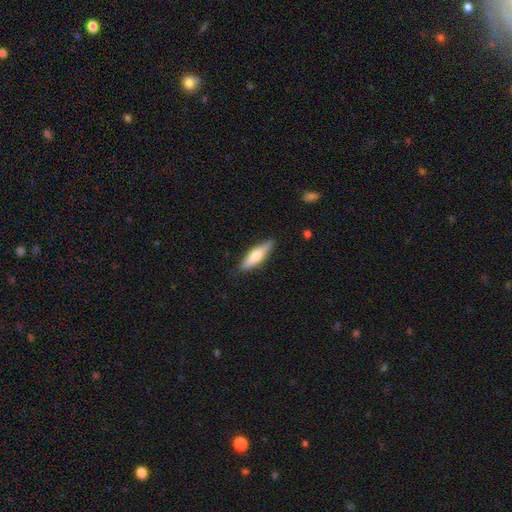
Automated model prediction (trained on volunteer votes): Q: Smooth or featured?
A: smooth (62%); runner-up: featured or disk (33%)
Q: How rounded?
A: cigar-shaped (63%); runner-up: in between (35%)
Q: Merging?
A: none (86%); runner-up: minor disturbance (11%)